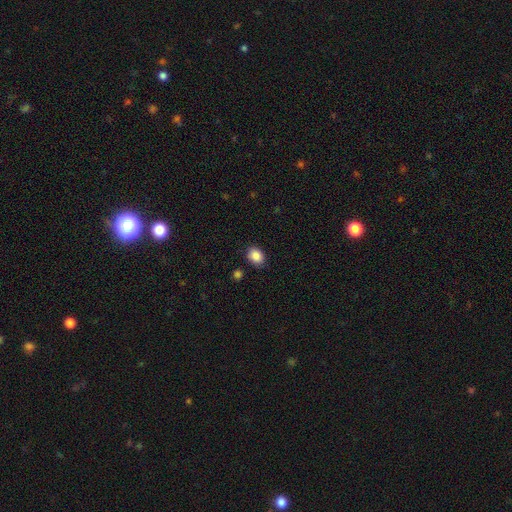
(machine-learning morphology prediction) type=smooth (87%); roundness=in between (62%); merging=none (85%).